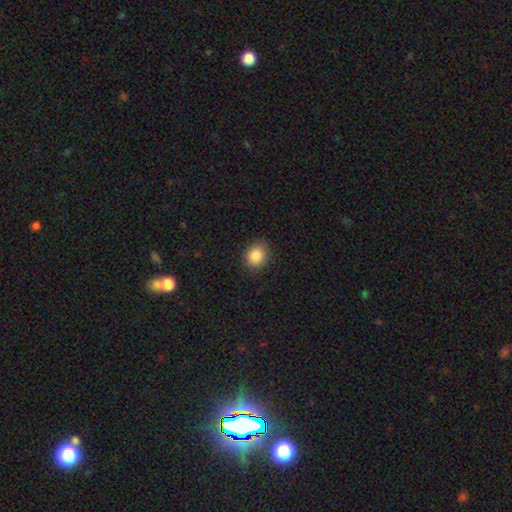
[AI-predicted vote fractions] A smooth galaxy with no disk features (88%) that is round (68%).

Vote fractions:
- Smooth or featured? smooth: 88% / star or artifact: 8% / featured or disk: 3%
- How rounded? round: 68% / in between: 31% / cigar-shaped: 1%
- Merging? none: 84% / minor disturbance: 12% / major disturbance: 3% / merger: 1%